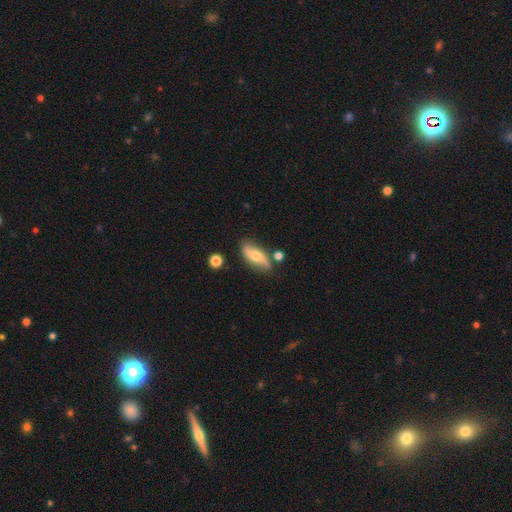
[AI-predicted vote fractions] Morphology: type=featured or disk (52%); edge-on=no (74%); merging=none (74%).